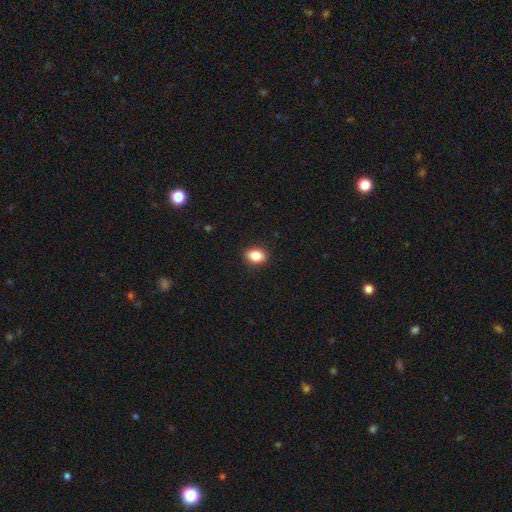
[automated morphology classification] Overall: smooth (84%). How rounded: in between (79%). Merging: none (89%).